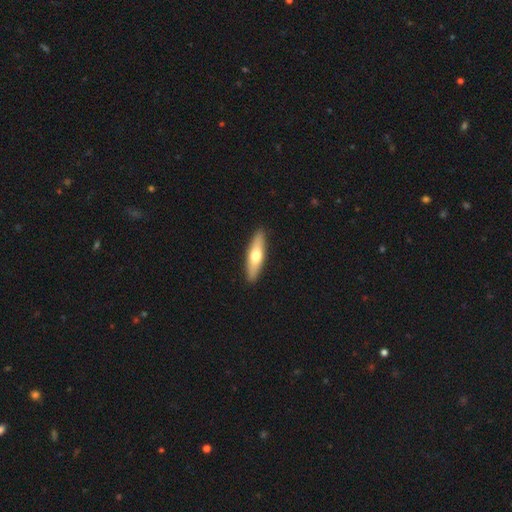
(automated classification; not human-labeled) Overall: smooth (59%; featured or disk 37%). How rounded: cigar-shaped (68%; in between 30%). Merging: none (91%).